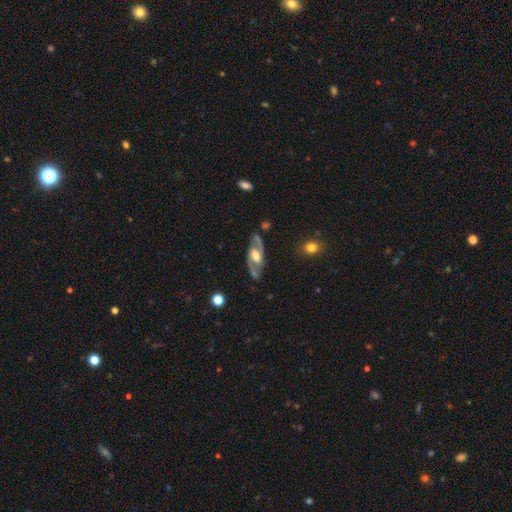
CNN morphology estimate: featured or disk 82%, smooth 13%, star or artifact 5%. Down the decision tree: edge-on disk — no (89%); bar — weak (42%); spiral arms — yes (89%); spiral arm count — 2 (90%); spiral winding — medium (55%); bulge size — moderate (51%); merging — none (79%).